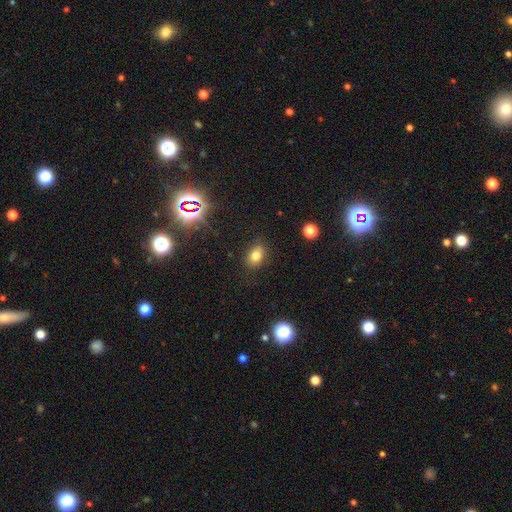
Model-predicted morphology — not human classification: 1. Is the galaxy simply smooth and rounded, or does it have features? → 77% smooth, 15% star or artifact, 9% featured or disk.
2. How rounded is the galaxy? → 71% in between, 27% round, 1% cigar-shaped.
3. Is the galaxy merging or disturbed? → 83% none, 12% minor disturbance, 3% major disturbance, 2% merger.